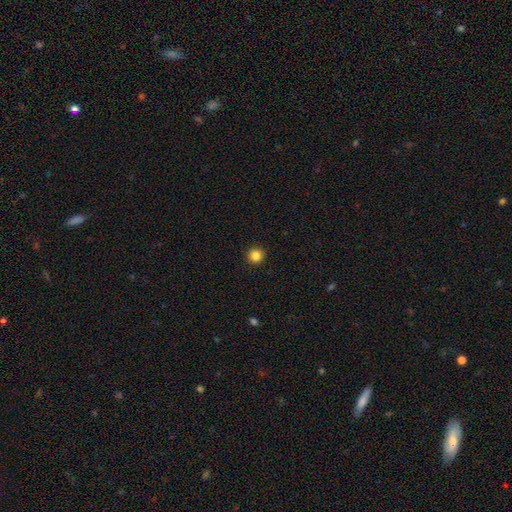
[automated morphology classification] This is clearly a smooth galaxy (84%). How rounded: clearly round (95%). Merging: clearly none (93%).